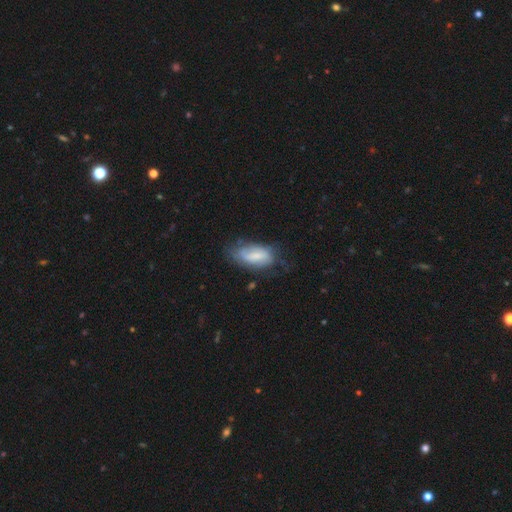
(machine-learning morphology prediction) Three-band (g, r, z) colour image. It shows a smooth galaxy with no disk features (58%) that is in between round and cigar-shaped (86%). Merging: none (51%).